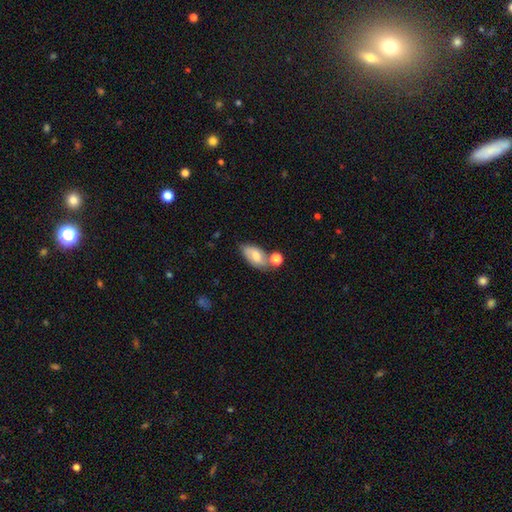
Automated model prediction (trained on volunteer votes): This is possibly a smooth galaxy (59%). How rounded: clearly in between (90%). Merging: possibly none (52%).